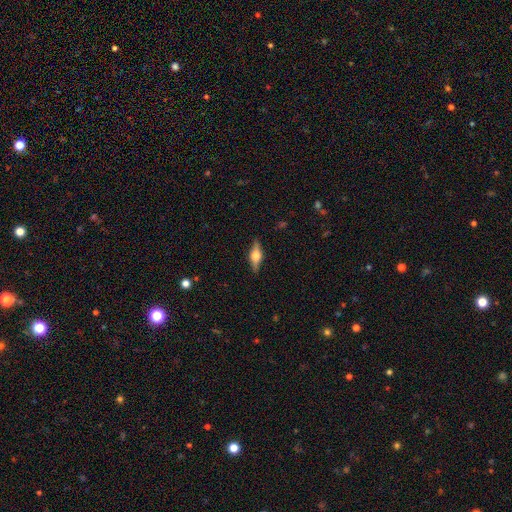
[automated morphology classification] type=featured or disk (65%); edge-on=yes (96%); edge-on bulge=rounded (92%); merging=none (87%).